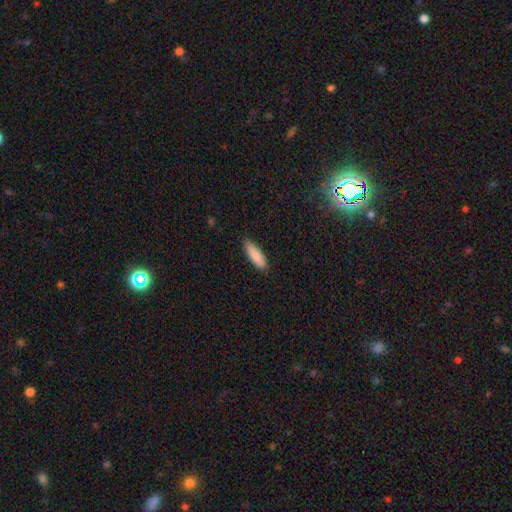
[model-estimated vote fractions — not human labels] Smooth or featured? Predicted: smooth (p=0.87). How rounded? Predicted: cigar-shaped (p=0.53). Merging? Predicted: none (p=0.87).